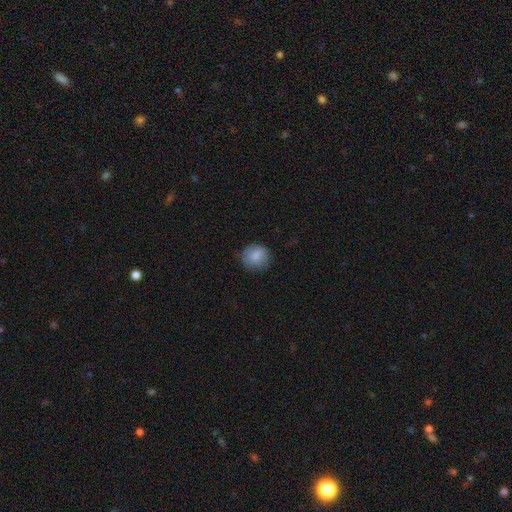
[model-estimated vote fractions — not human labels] smooth_or_featured: smooth (p=0.80) [alt: featured or disk p=0.12]
how_rounded: round (p=0.78) [alt: in between p=0.21]
merging: none (p=0.78) [alt: minor disturbance p=0.17]